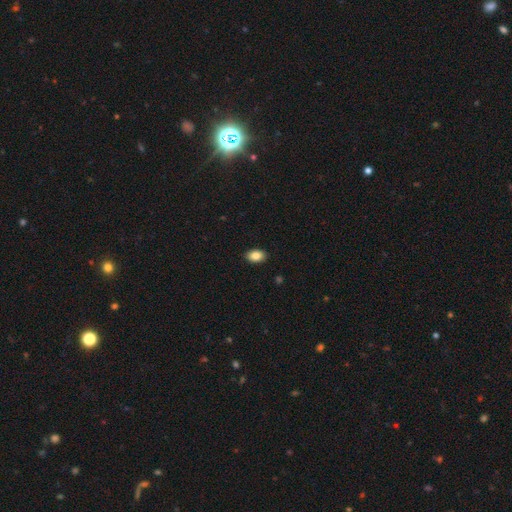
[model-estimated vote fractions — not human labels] Smooth or featured? smooth (87%)
How rounded? in between (85%)
Merging? none (90%)